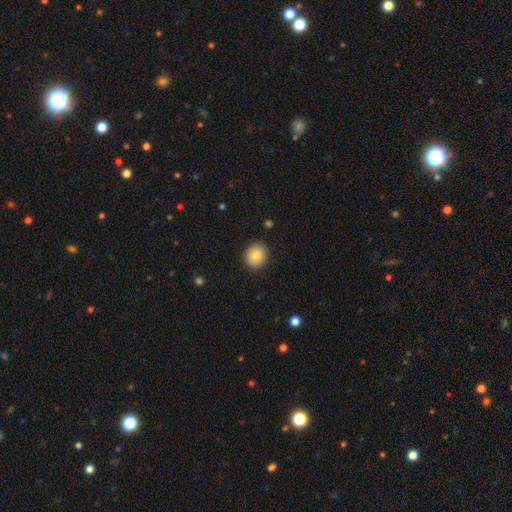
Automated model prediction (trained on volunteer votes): Smooth or featured? smooth (85%)
How rounded? round (89%)
Merging? none (90%)